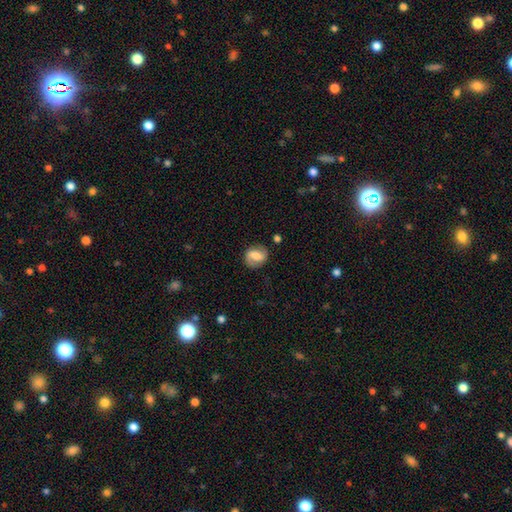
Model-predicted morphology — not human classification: Smooth or featured?
  - featured or disk: 51% *
  - smooth: 41%
  - star or artifact: 8%
Edge-on disk?
  - no: 96% *
  - yes: 4%
Merging?
  - none: 79% *
  - minor disturbance: 14%
  - major disturbance: 5%
  - merger: 2%